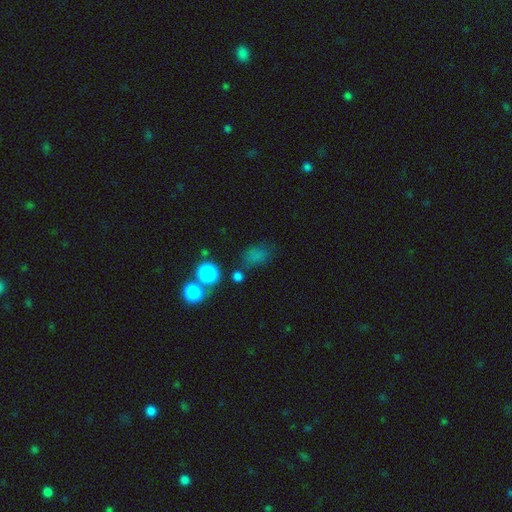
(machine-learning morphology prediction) Q: Smooth or featured?
A: smooth (72%); runner-up: star or artifact (20%)
Q: How rounded?
A: in between (66%); runner-up: round (31%)
Q: Merging?
A: none (57%); runner-up: minor disturbance (19%)